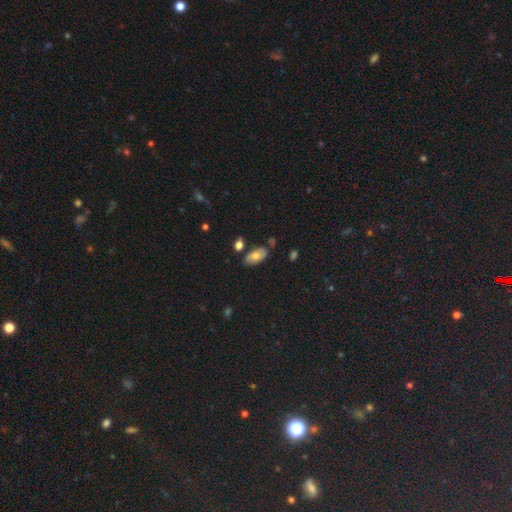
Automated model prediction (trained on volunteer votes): A smooth galaxy with no disk features (65%) that is in between round and cigar-shaped (94%).

Vote fractions:
- Smooth or featured? smooth: 65% / featured or disk: 27% / star or artifact: 8%
- How rounded? in between: 94% / round: 4% / cigar-shaped: 2%
- Merging? none: 75% / minor disturbance: 15% / merger: 6% / major disturbance: 3%